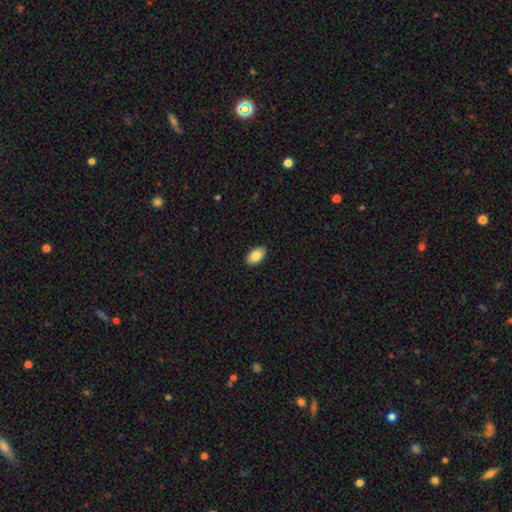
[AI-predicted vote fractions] The model was most divided on "smooth or featured": smooth: 86%, featured or disk: 8%, star or artifact: 7%. More confident: how rounded — in between (94%); merging — none (90%).